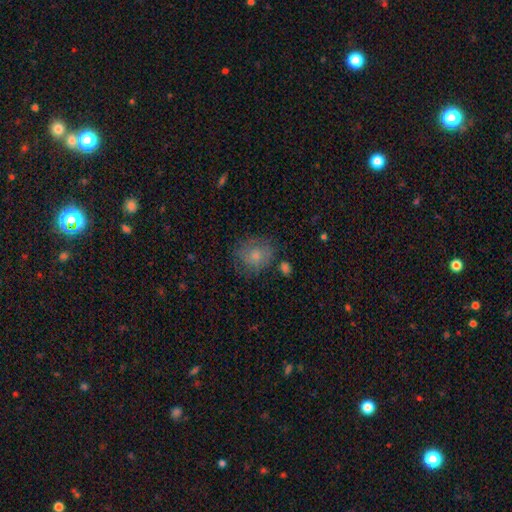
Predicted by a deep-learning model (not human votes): The model was most divided on "how rounded": round: 68%, in between: 31%, cigar-shaped: 1%. More confident: smooth or featured — smooth (70%); merging — none (63%).